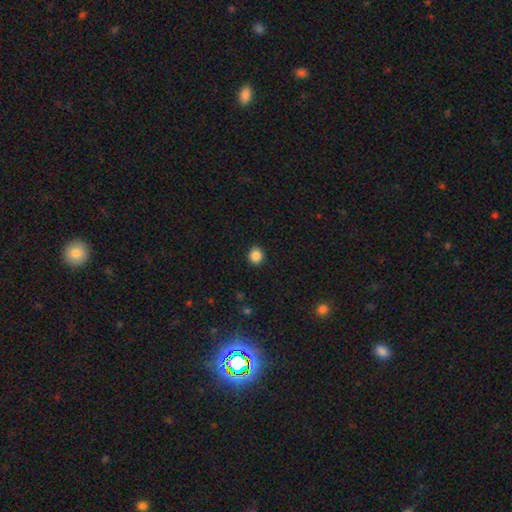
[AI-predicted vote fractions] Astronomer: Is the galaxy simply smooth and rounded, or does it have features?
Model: smooth — 87%.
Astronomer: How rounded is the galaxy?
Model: round — 85%.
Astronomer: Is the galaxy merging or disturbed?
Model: none — 92%.